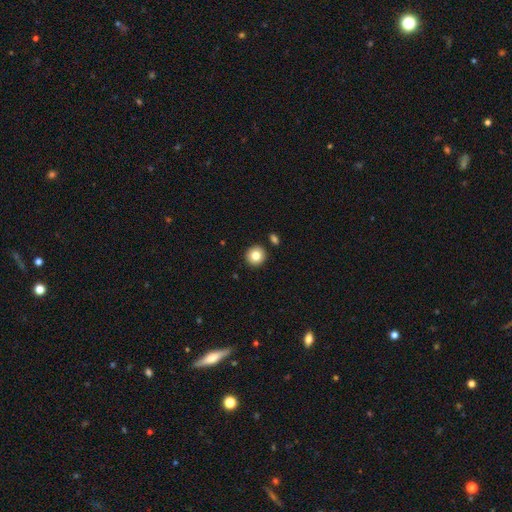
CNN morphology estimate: Smooth or featured?
  - smooth: 82% *
  - star or artifact: 10%
  - featured or disk: 8%
How rounded?
  - round: 92% *
  - in between: 7%
  - cigar-shaped: 1%
Merging?
  - none: 90% *
  - minor disturbance: 6%
  - merger: 3%
  - major disturbance: 2%